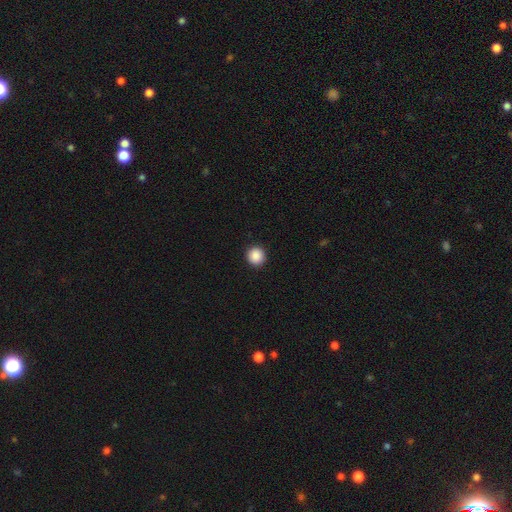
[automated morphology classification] smooth_or_featured: smooth (p=0.89) [alt: star or artifact p=0.09]
how_rounded: round (p=0.94) [alt: in between p=0.05]
merging: none (p=0.93) [alt: minor disturbance p=0.04]